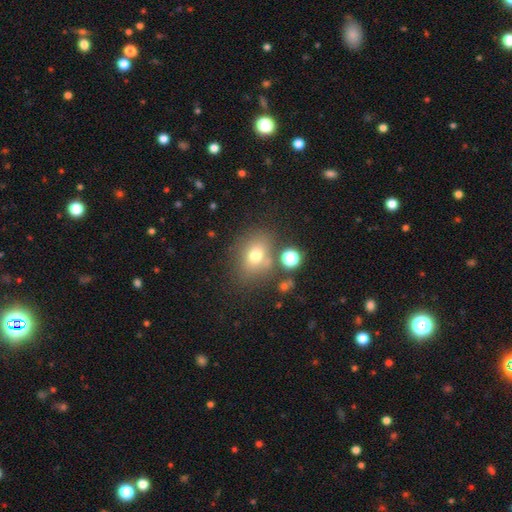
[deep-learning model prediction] smooth-or-featured: smooth: 70% | star or artifact: 15% | featured or disk: 14%
  how-rounded: in between: 53% | round: 46% | cigar-shaped: 1%
  merging: none: 67% | minor disturbance: 15% | merger: 11% | major disturbance: 7%